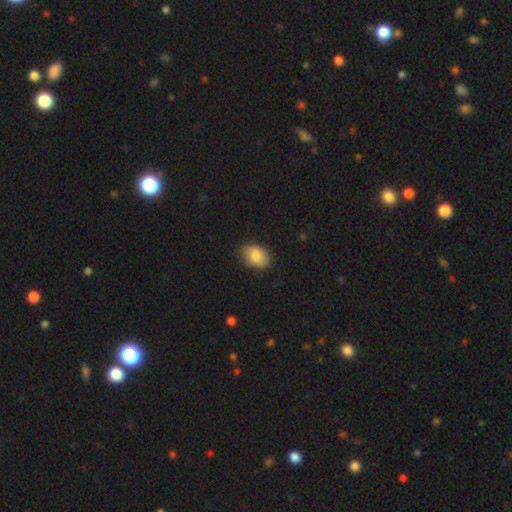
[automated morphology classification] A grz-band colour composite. It shows a smooth galaxy with no disk features (83%) that is in between round and cigar-shaped (80%). Merging: none (82%).